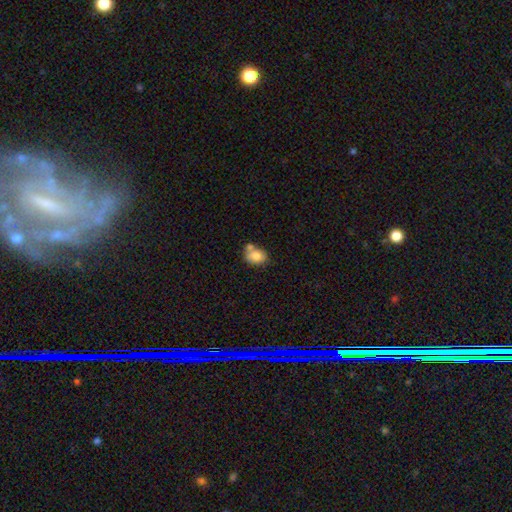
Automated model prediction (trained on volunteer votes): A smooth galaxy with no disk features (81%) that is in between round and cigar-shaped (60%). Merging: none (51%).